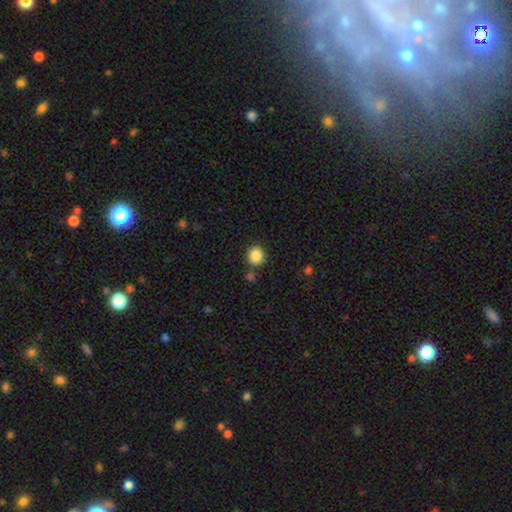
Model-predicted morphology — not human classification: type=smooth (87%); roundness=round (89%); merging=none (83%).